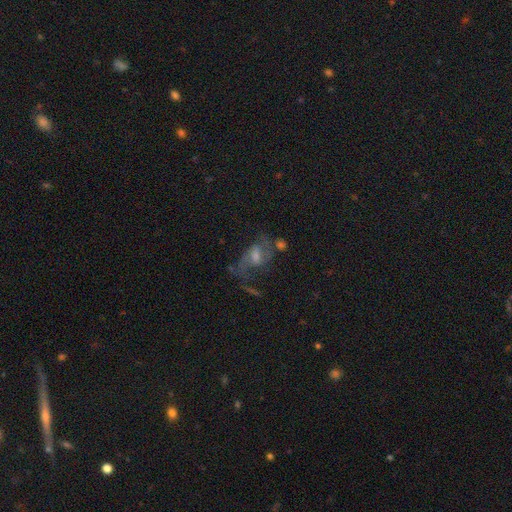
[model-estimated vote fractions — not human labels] smooth-or-featured: featured or disk: 67% | smooth: 17% | star or artifact: 15%
  disk-edge-on: no: 95% | yes: 5%
    bar: weak: 48% | no: 38% | strong: 14%
    has-spiral-arms: yes: 80% | no: 20%
      spiral-winding: loose: 47% | medium: 40% | tight: 13%
      spiral-arm-count: 2: 69% | can't tell: 16% | 1: 7% | 3: 4% | 4: 2% | more than 4: 2%
    bulge-size: moderate: 44% | small: 39% | none: 10% | large: 7% | dominant: 2%
  merging: none: 44% | major disturbance: 28% | minor disturbance: 19% | merger: 9%